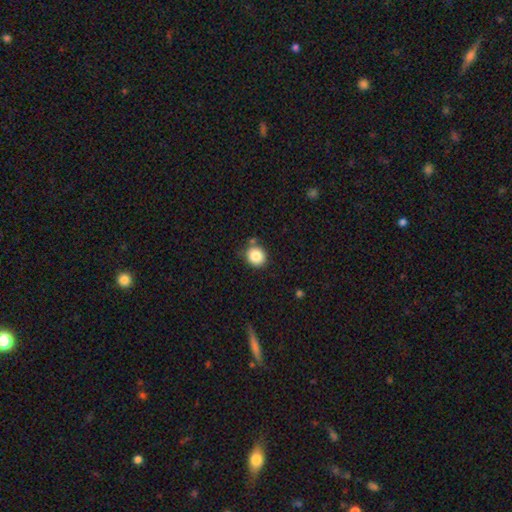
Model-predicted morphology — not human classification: A smooth galaxy with no disk features (85%) that is round (81%).

Vote fractions:
- Smooth or featured? smooth: 85% / star or artifact: 10% / featured or disk: 5%
- How rounded? round: 81% / in between: 18% / cigar-shaped: 1%
- Merging? none: 77% / minor disturbance: 13% / merger: 7% / major disturbance: 3%